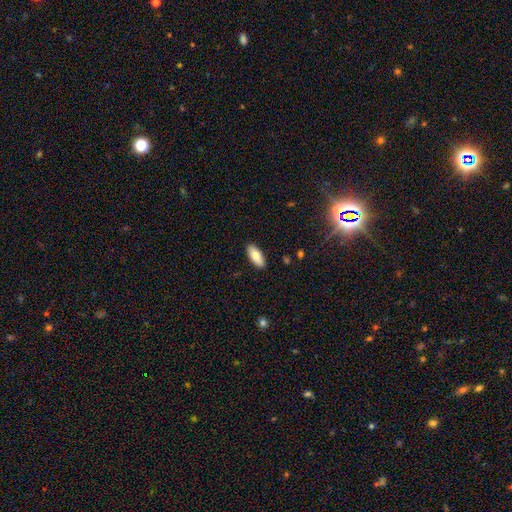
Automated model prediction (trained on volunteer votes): Smooth or featured: smooth — 78% (featured or disk — 16%)
How rounded: in between — 86% (cigar-shaped — 12%)
Merging: none — 89% (minor disturbance — 8%)